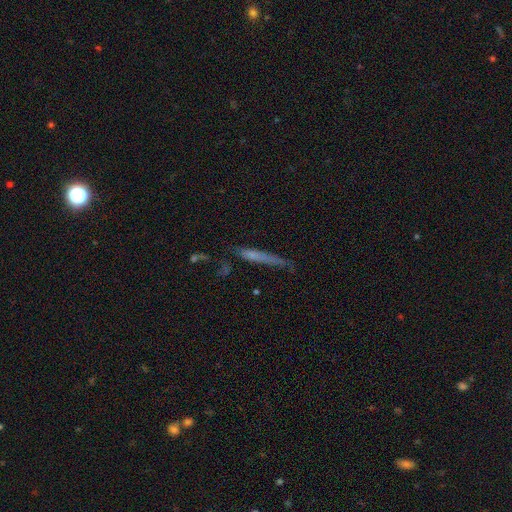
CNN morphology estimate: A smooth galaxy with no disk features (56%) that is cigar-shaped (93%).

Vote fractions:
- Smooth or featured? smooth: 56% / featured or disk: 33% / star or artifact: 11%
- How rounded? cigar-shaped: 93% / in between: 5% / round: 2%
- Merging? none: 59% / minor disturbance: 25% / major disturbance: 11% / merger: 5%